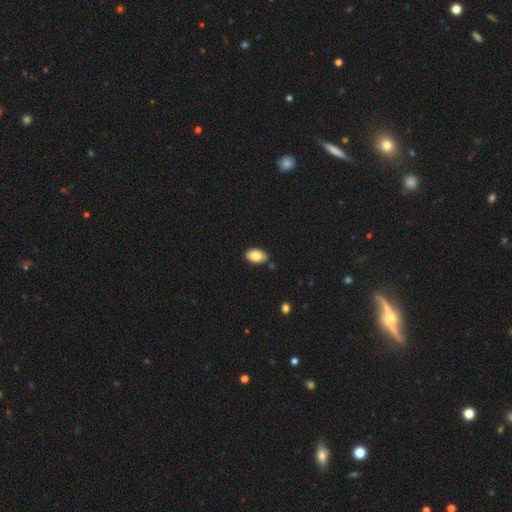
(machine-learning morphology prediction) smooth 83%, featured or disk 10%, star or artifact 7%. Down the decision tree: how rounded — in between (94%); merging — none (84%).